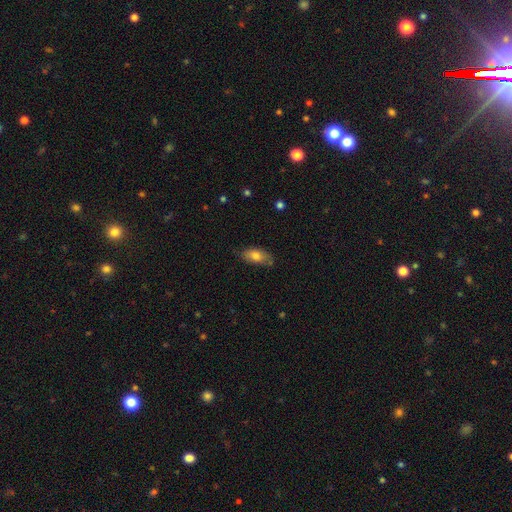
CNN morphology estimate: Smooth or featured? Predicted: smooth (p=0.74). How rounded? Predicted: in between (p=0.85). Merging? Predicted: none (p=0.71).